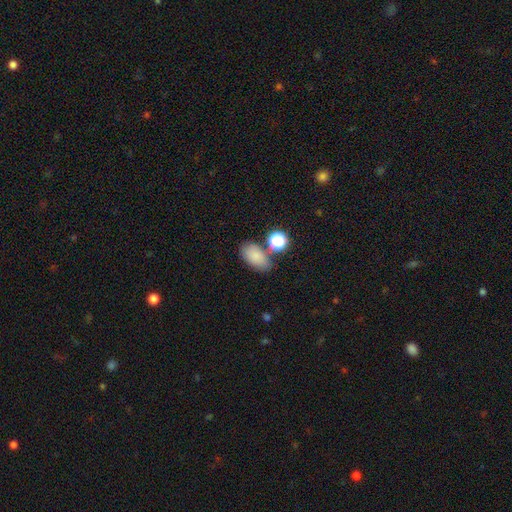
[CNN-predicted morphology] Overall: smooth (79%). How rounded: in between (88%). Merging: none (65%).